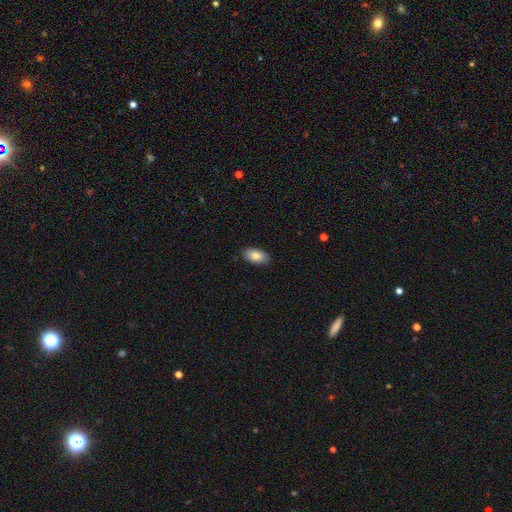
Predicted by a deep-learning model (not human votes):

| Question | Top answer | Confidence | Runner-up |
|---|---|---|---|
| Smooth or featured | smooth | 86% | featured or disk (8%) |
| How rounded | in between | 94% | round (4%) |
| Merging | none | 88% | minor disturbance (9%) |